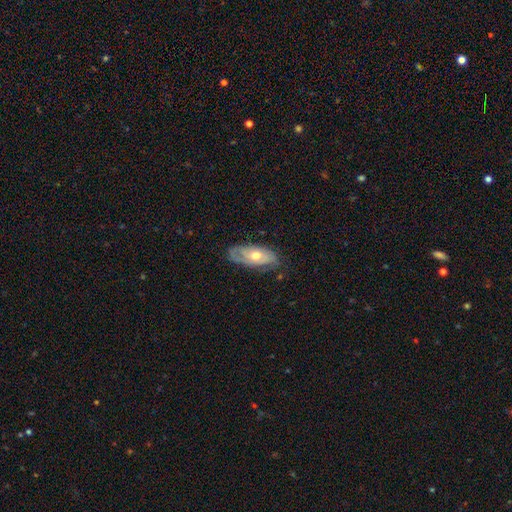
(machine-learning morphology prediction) The model was most divided on "smooth or featured": featured or disk: 59%, smooth: 35%, star or artifact: 6%. More confident: edge-on disk — no (85%); merging — none (65%).